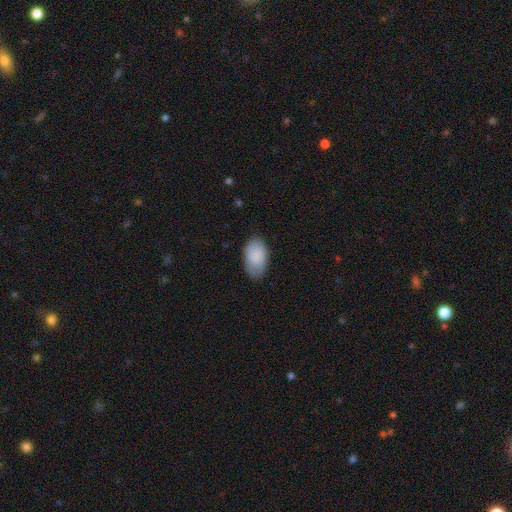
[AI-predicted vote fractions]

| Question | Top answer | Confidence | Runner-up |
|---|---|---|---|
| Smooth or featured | smooth | 87% | featured or disk (7%) |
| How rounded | in between | 94% | round (5%) |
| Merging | none | 73% | minor disturbance (21%) |